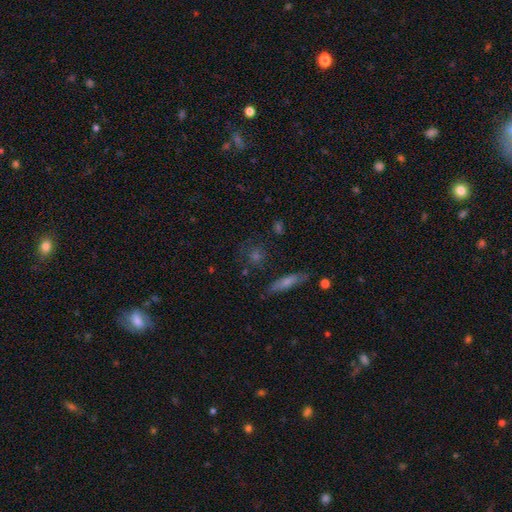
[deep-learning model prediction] Q: Smooth or featured?
A: smooth (48%); runner-up: star or artifact (27%)
Q: Merging?
A: none (77%); runner-up: minor disturbance (13%)